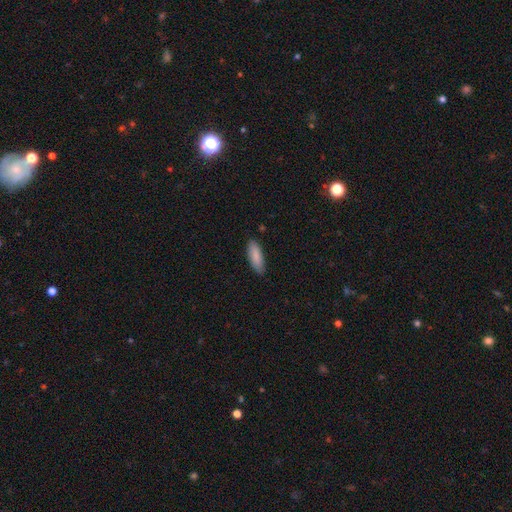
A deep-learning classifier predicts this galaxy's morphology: Overall: smooth (87%). How rounded: in between (60%; cigar-shaped 38%). Merging: none (86%).